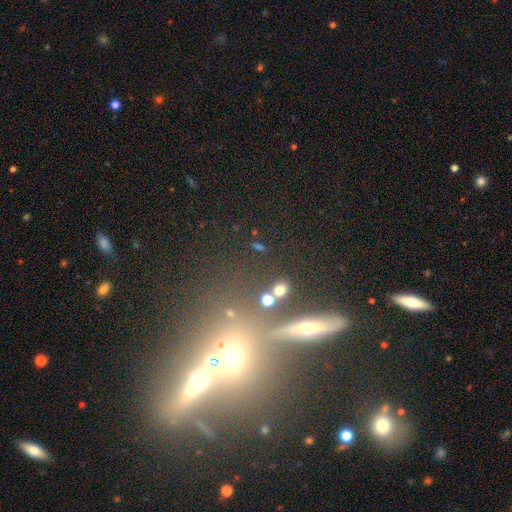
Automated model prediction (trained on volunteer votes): This is marginally a star or artifact rather than a galaxy (39%).